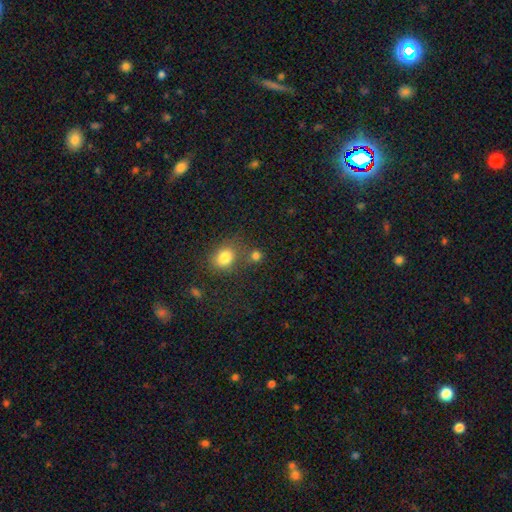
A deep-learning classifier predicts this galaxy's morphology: smooth 78%, star or artifact 16%, featured or disk 6%. Down the decision tree: how rounded — round (78%); merging — none (62%).